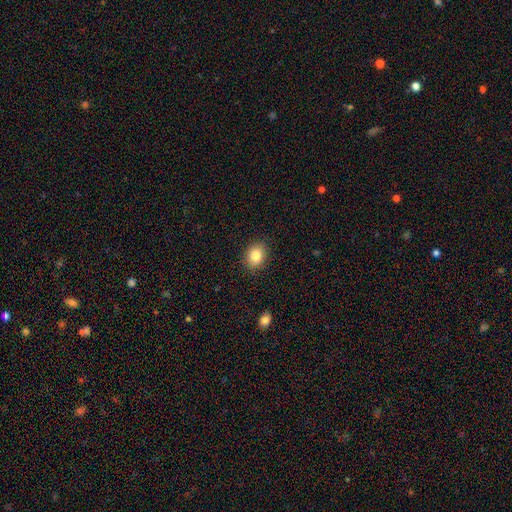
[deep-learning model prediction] smooth-or-featured: smooth: 83% | star or artifact: 9% | featured or disk: 8%
  how-rounded: round: 52% | in between: 47% | cigar-shaped: 1%
  merging: none: 89% | minor disturbance: 8% | major disturbance: 2% | merger: 1%